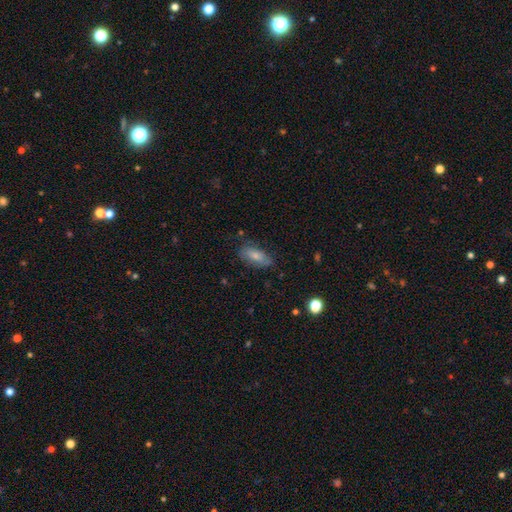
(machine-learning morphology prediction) smooth 73%, featured or disk 20%, star or artifact 7%. Down the decision tree: how rounded — in between (85%); merging — none (68%).